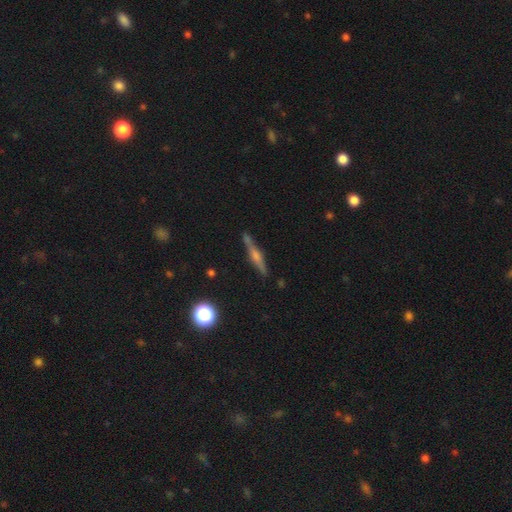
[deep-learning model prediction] Smooth or featured? Predicted: featured or disk (p=0.69). Edge-on disk? Predicted: yes (p=0.96). Edge-on bulge? Predicted: rounded (p=0.82). Merging? Predicted: none (p=0.85).